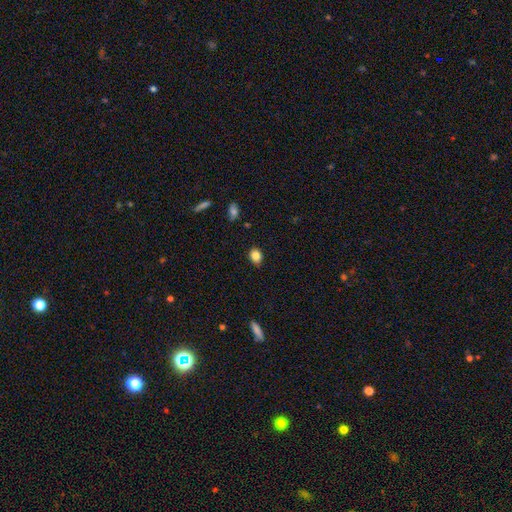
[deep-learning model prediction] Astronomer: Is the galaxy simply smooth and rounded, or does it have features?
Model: smooth — 85%.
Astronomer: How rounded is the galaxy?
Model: round — 50% (runner-up: in between, 48%).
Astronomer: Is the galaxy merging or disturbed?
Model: none — 86%.